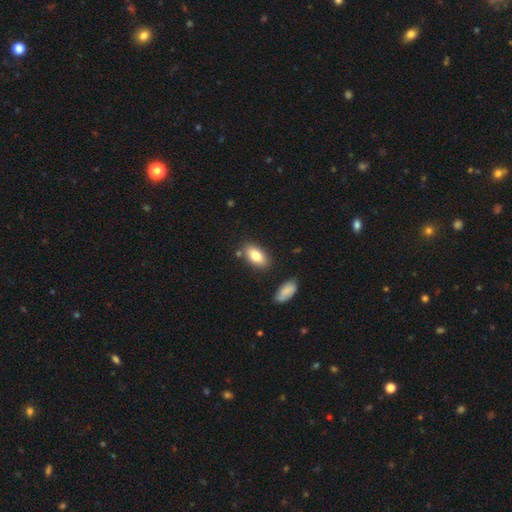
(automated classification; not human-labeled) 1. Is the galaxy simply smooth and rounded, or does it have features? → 81% smooth, 11% featured or disk, 7% star or artifact.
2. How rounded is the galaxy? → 90% in between, 5% cigar-shaped, 4% round.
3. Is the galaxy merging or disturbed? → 80% none, 12% minor disturbance, 5% merger, 3% major disturbance.